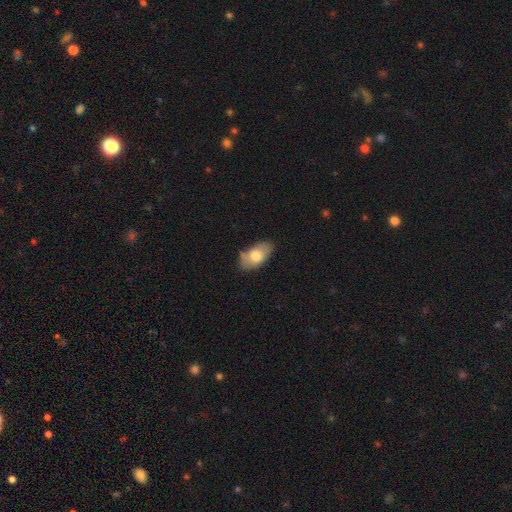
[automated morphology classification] Smooth or featured: smooth — 71% (featured or disk — 23%)
How rounded: in between — 93% (round — 4%)
Merging: none — 73% (minor disturbance — 20%)